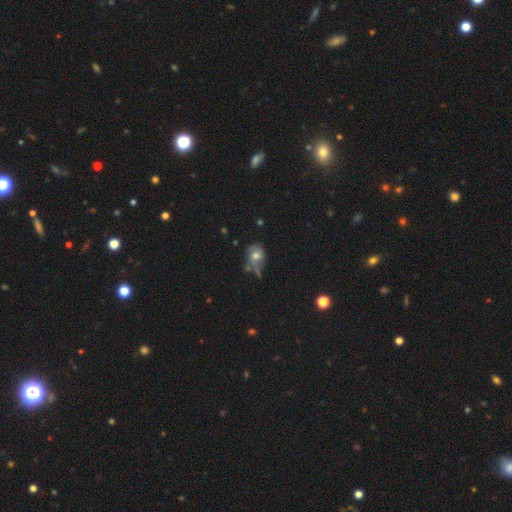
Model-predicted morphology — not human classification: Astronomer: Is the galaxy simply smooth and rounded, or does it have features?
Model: smooth — 56%.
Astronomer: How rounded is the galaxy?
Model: round — 51% (runner-up: in between, 47%).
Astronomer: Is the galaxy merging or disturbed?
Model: none — 39% (runner-up: minor disturbance, 27%).